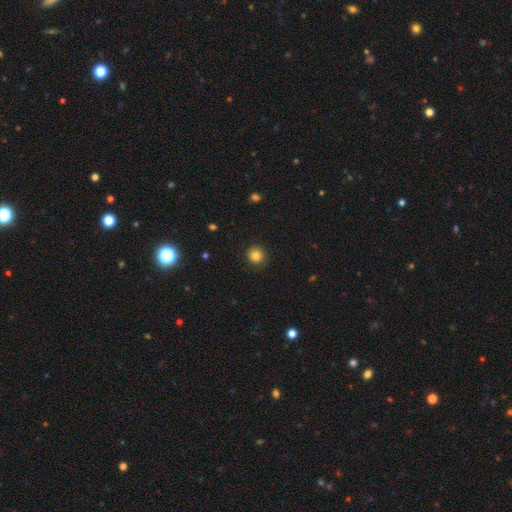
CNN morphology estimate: A smooth galaxy with no disk features (83%) that is round (92%). Merging: none (91%).